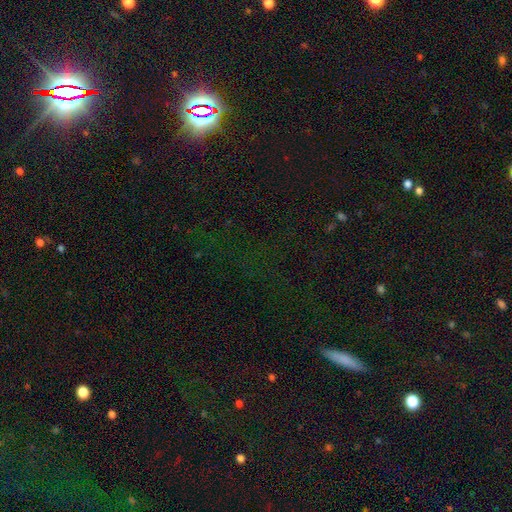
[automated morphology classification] Smooth or featured? star or artifact (75%)